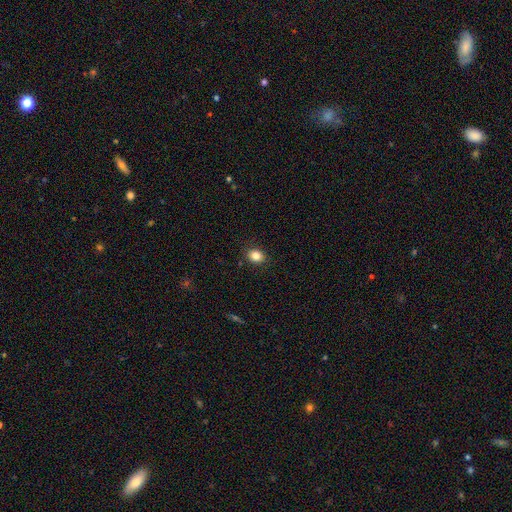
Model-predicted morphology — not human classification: smooth_or_featured: smooth (p=0.84) [alt: star or artifact p=0.10]
how_rounded: round (p=0.52) [alt: in between p=0.47]
merging: none (p=0.89) [alt: minor disturbance p=0.08]